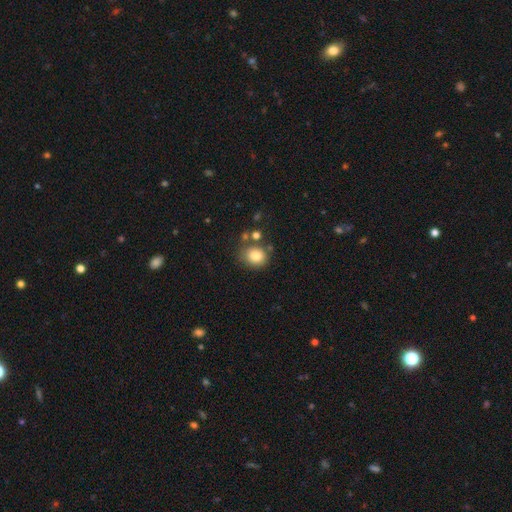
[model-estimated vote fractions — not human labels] A smooth galaxy with no disk features (82%) that is round (74%).

Vote fractions:
- Smooth or featured? smooth: 82% / star or artifact: 10% / featured or disk: 8%
- How rounded? round: 74% / in between: 25% / cigar-shaped: 1%
- Merging? none: 68% / minor disturbance: 15% / merger: 12% / major disturbance: 5%